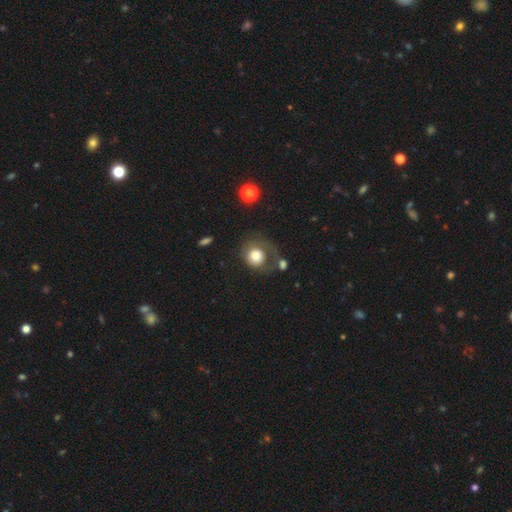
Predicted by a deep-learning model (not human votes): The model was most divided on "merging": none: 42%, major disturbance: 27%, minor disturbance: 23%, merger: 8%. More confident: how rounded — round (82%); smooth or featured — smooth (77%).